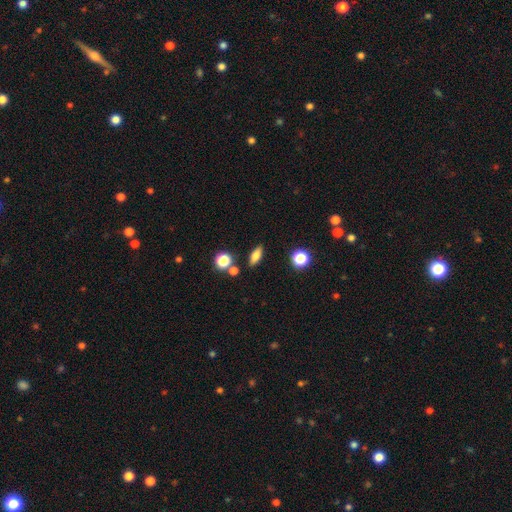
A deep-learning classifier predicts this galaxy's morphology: Smooth or featured? Predicted: smooth (p=0.74). How rounded? Predicted: in between (p=0.68). Merging? Predicted: none (p=0.83).